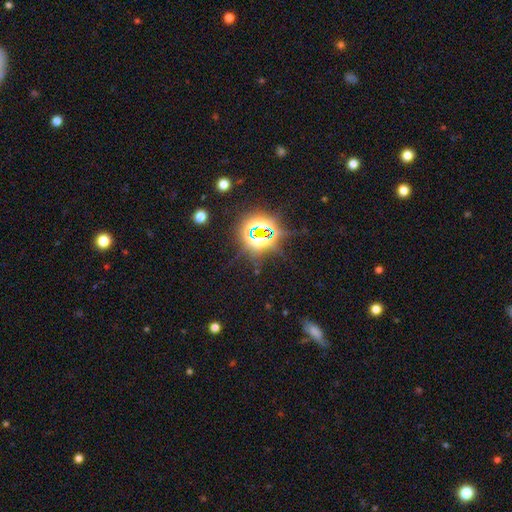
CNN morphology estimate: The model was most divided on "smooth or featured": star or artifact: 77%, smooth: 14%, featured or disk: 9%.